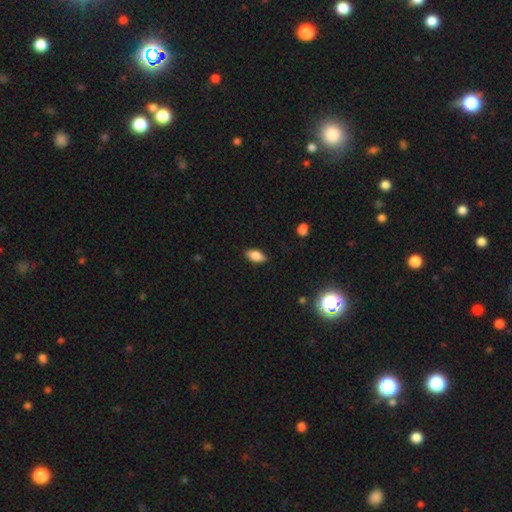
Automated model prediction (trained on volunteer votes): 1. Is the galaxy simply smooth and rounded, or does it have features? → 83% smooth, 9% featured or disk, 8% star or artifact.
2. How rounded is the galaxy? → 89% in between, 8% cigar-shaped, 3% round.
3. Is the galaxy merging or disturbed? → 87% none, 10% minor disturbance, 2% major disturbance, 1% merger.